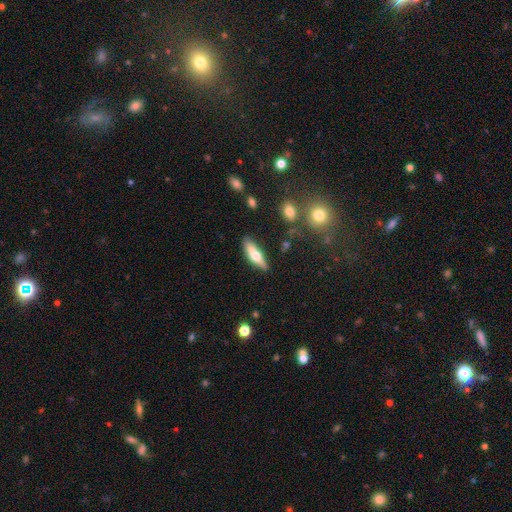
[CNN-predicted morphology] This is possibly a smooth galaxy (55%). How rounded: possibly cigar-shaped (59%). Merging: clearly none (81%).